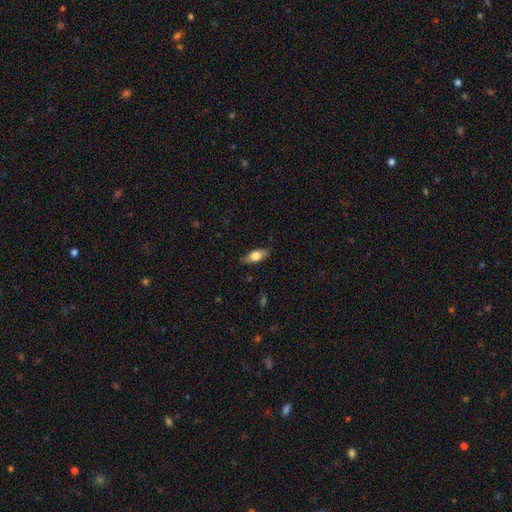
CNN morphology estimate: Q: Smooth or featured?
A: smooth (72%); runner-up: featured or disk (22%)
Q: How rounded?
A: in between (81%); runner-up: cigar-shaped (15%)
Q: Merging?
A: none (84%); runner-up: minor disturbance (12%)